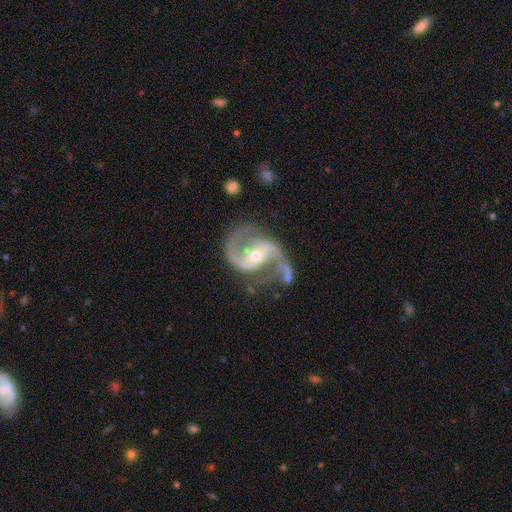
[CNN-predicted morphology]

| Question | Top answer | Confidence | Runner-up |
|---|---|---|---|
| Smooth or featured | featured or disk | 93% | star or artifact (4%) |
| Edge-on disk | no | 98% | yes (2%) |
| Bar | weak | 37% | strong (32%) |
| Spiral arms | yes | 98% | no (2%) |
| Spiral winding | medium | 57% | loose (31%) |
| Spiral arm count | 2 | 93% | 3 (2%) |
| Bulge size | small | 48% | tied: moderate (48%) |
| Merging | none | 65% | minor disturbance (18%) |